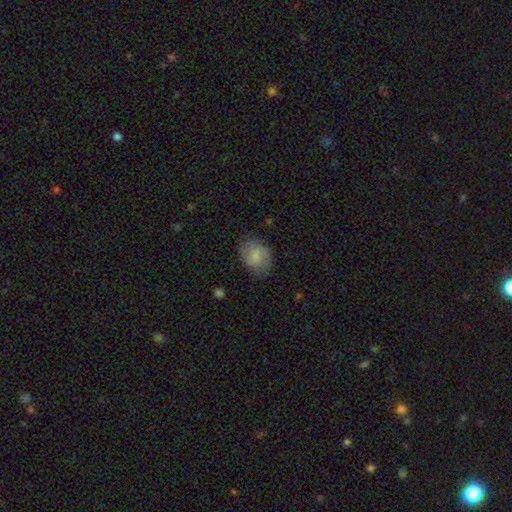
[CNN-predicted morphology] Smooth or featured? Predicted: smooth (p=0.79). How rounded? Predicted: in between (p=0.67). Merging? Predicted: none (p=0.71).